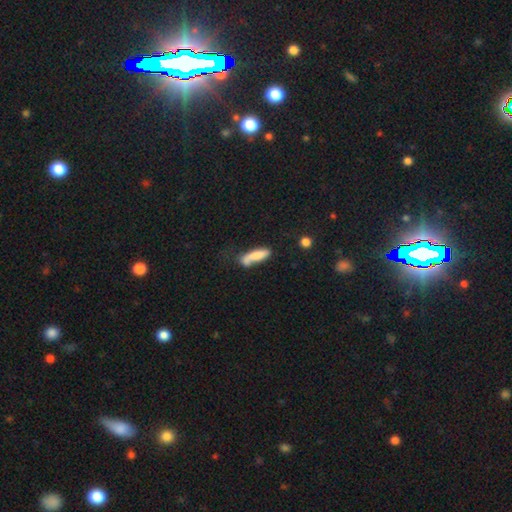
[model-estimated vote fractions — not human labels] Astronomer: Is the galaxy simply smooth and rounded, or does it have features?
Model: smooth — 74%.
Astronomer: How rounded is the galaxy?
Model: cigar-shaped — 60% (runner-up: in between, 38%).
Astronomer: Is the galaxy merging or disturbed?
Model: none — 44% (runner-up: minor disturbance, 27%).